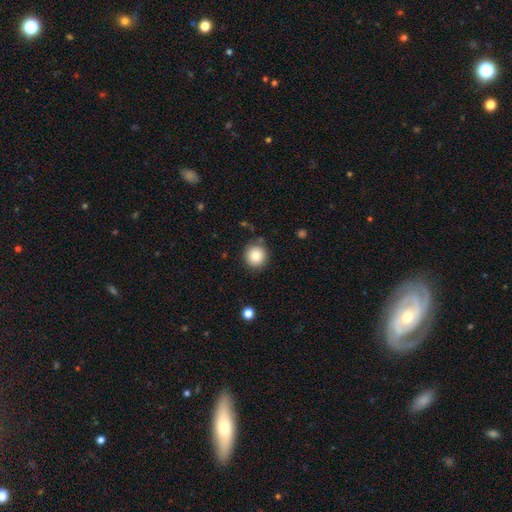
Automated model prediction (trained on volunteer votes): A smooth galaxy with no disk features (85%) that is round (93%).

Vote fractions:
- Smooth or featured? smooth: 85% / star or artifact: 9% / featured or disk: 6%
- How rounded? round: 93% / in between: 6% / cigar-shaped: 1%
- Merging? none: 85% / minor disturbance: 10% / major disturbance: 3% / merger: 3%